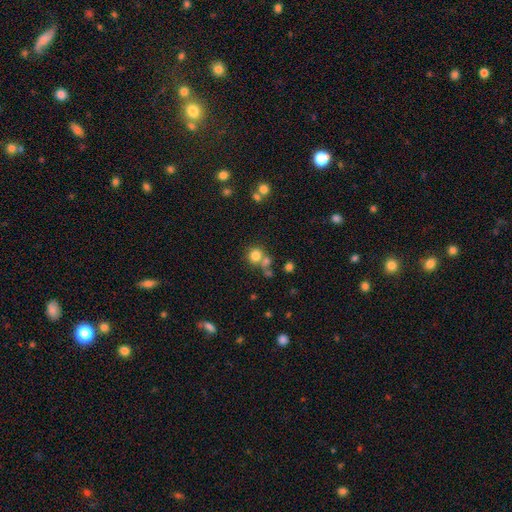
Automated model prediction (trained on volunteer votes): Morphology: type=smooth (78%); roundness=round (85%); merging=none (56%).